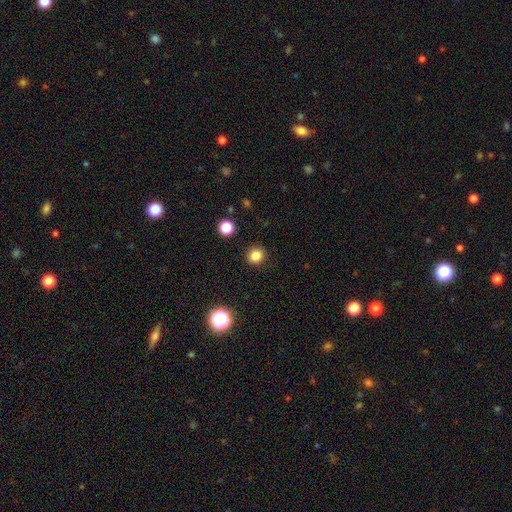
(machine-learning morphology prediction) This is clearly a smooth galaxy (83%). How rounded: clearly round (91%). Merging: clearly none (92%).